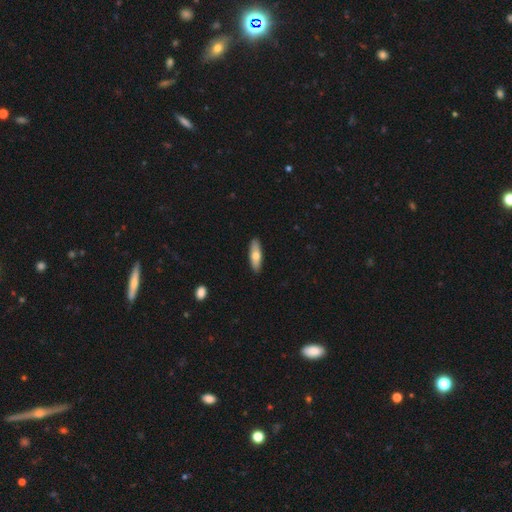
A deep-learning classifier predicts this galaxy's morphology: The model was most divided on "how rounded": cigar-shaped: 53%, in between: 45%, round: 2%. More confident: merging — none (90%); smooth or featured — smooth (69%).